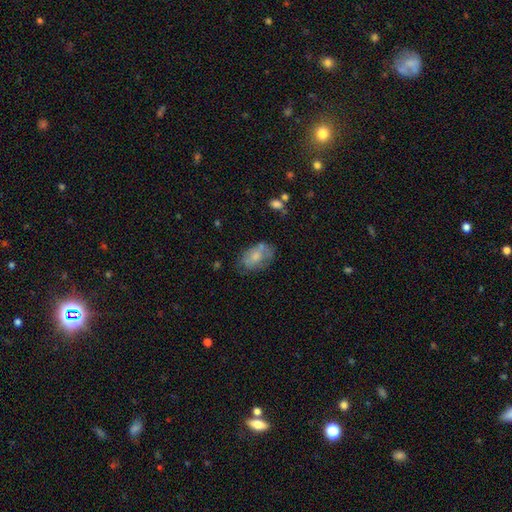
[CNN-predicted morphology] Q: Smooth or featured?
A: smooth (63%); runner-up: featured or disk (29%)
Q: How rounded?
A: in between (89%); runner-up: round (10%)
Q: Merging?
A: none (52%); runner-up: minor disturbance (28%)